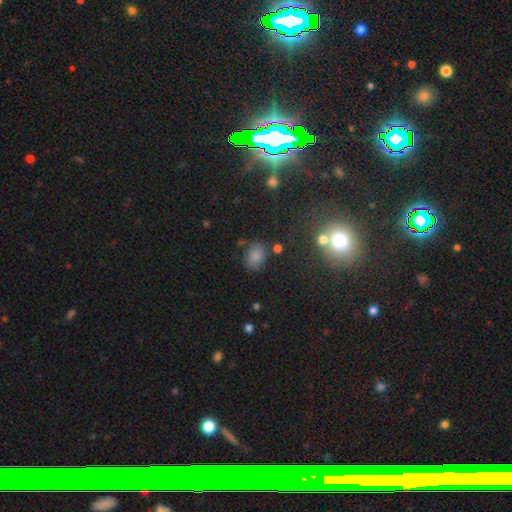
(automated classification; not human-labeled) Morphology: type=smooth (77%); roundness=in between (72%); merging=none (72%).